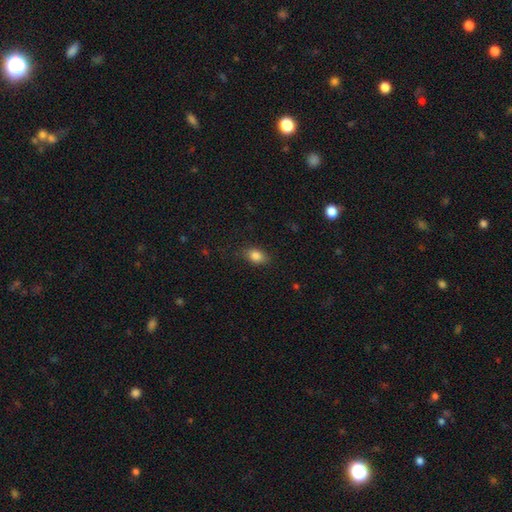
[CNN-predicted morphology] A smooth galaxy with no disk features (84%) that is in between round and cigar-shaped (79%).

Vote fractions:
- Smooth or featured? smooth: 84% / star or artifact: 9% / featured or disk: 7%
- How rounded? in between: 79% / round: 19% / cigar-shaped: 2%
- Merging? none: 82% / minor disturbance: 14% / major disturbance: 3% / merger: 1%